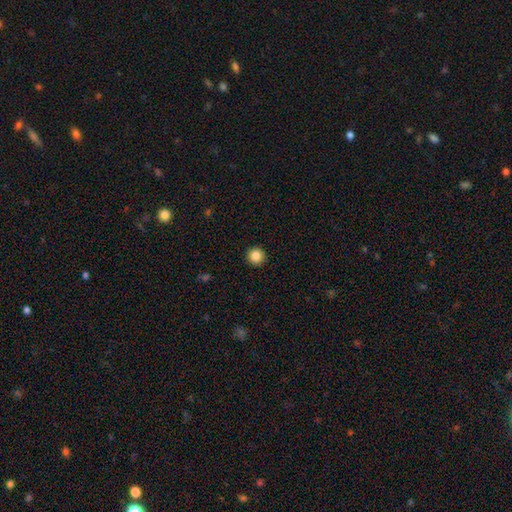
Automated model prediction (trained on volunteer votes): A smooth galaxy with no disk features (85%) that is round (95%).

Vote fractions:
- Smooth or featured? smooth: 85% / star or artifact: 10% / featured or disk: 4%
- How rounded? round: 95% / in between: 4% / cigar-shaped: 1%
- Merging? none: 93% / minor disturbance: 4% / major disturbance: 1% / merger: 1%